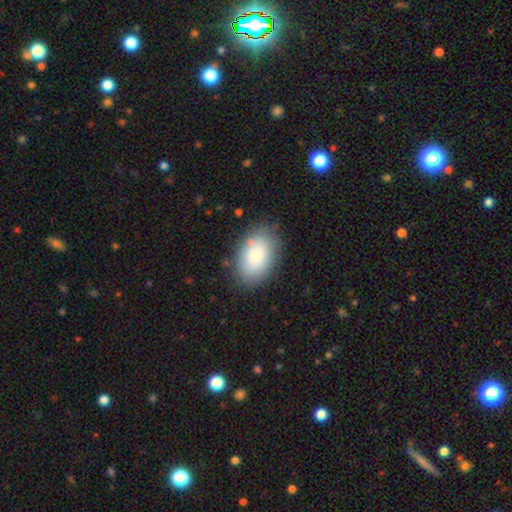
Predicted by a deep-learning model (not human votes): A smooth galaxy with no disk features (82%) that is in between round and cigar-shaped (90%).

Vote fractions:
- Smooth or featured? smooth: 82% / featured or disk: 12% / star or artifact: 7%
- How rounded? in between: 90% / round: 9% / cigar-shaped: 1%
- Merging? none: 79% / minor disturbance: 14% / major disturbance: 4% / merger: 2%